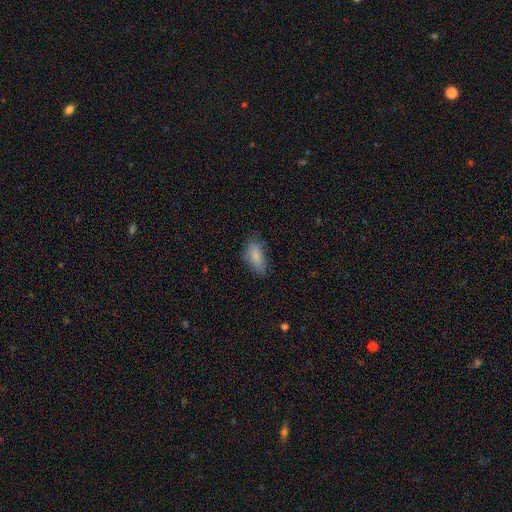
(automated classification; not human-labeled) This is clearly a smooth galaxy (83%). How rounded: clearly in between (85%). Merging: likely none (71%).